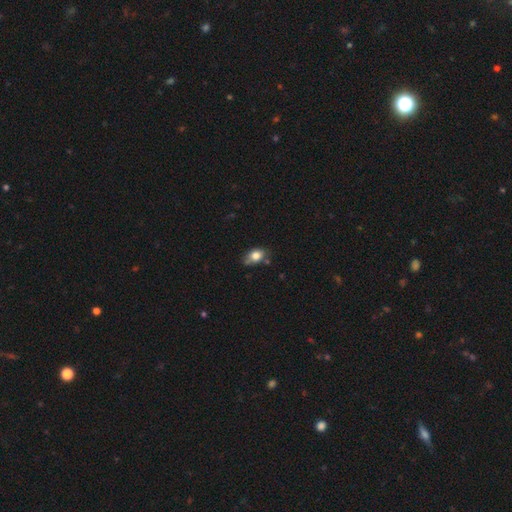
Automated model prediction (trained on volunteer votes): A smooth galaxy with no disk features (78%) that is in between round and cigar-shaped (83%). Merging: none (58%).